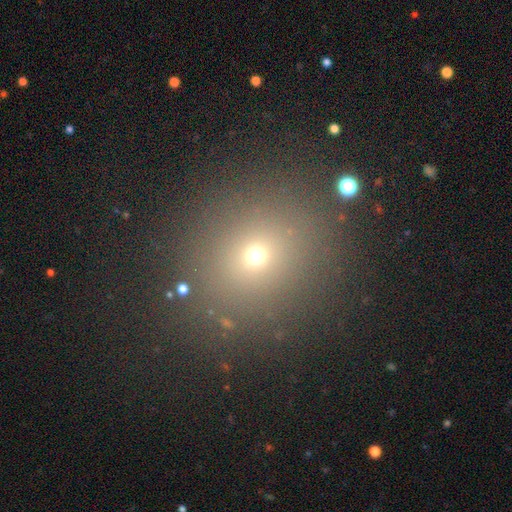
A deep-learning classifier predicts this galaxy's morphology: Q: Smooth or featured?
A: smooth (62%); runner-up: star or artifact (29%)
Q: How rounded?
A: round (81%); runner-up: in between (18%)
Q: Merging?
A: none (87%); runner-up: minor disturbance (7%)